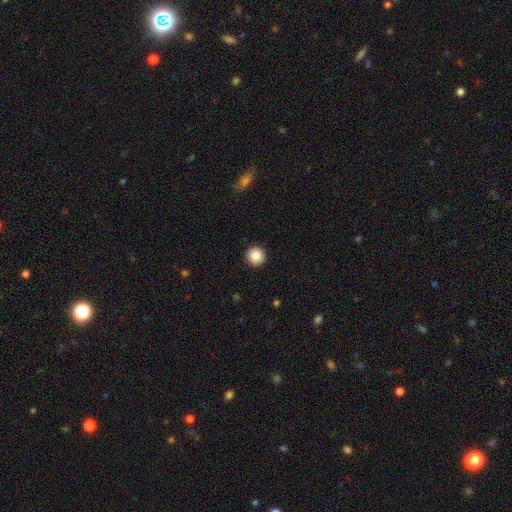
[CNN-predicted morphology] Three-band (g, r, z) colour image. It shows a smooth galaxy with no disk features (86%) that is round (96%). Merging: none (93%).